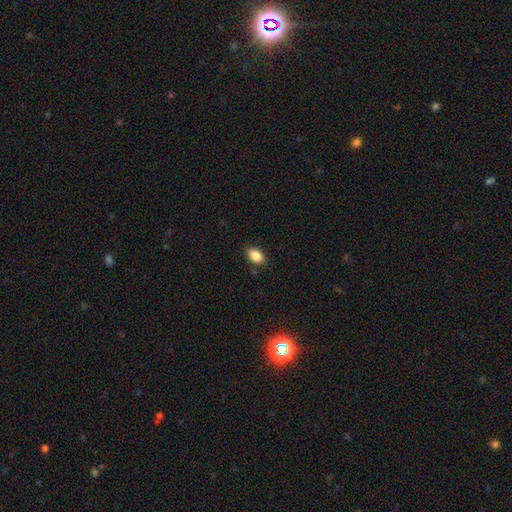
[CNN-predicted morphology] Smooth or featured: smooth — 87% (star or artifact — 8%)
How rounded: in between — 87% (round — 11%)
Merging: none — 86% (minor disturbance — 11%)